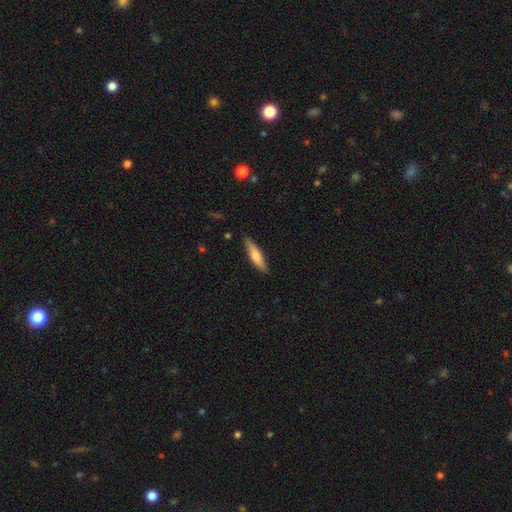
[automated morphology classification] Smooth or featured? smooth (62%)
How rounded? cigar-shaped (78%)
Merging? none (85%)